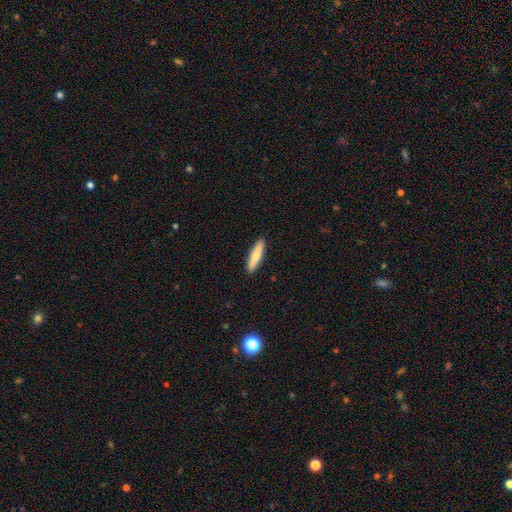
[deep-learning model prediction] A smooth galaxy with no disk features (76%) that is cigar-shaped (82%). Merging: none (91%).